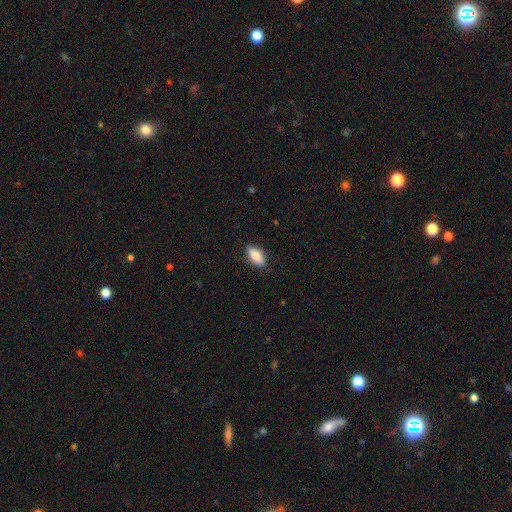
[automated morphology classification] smooth 85%, featured or disk 9%, star or artifact 6%. Down the decision tree: how rounded — in between (83%); merging — none (86%).